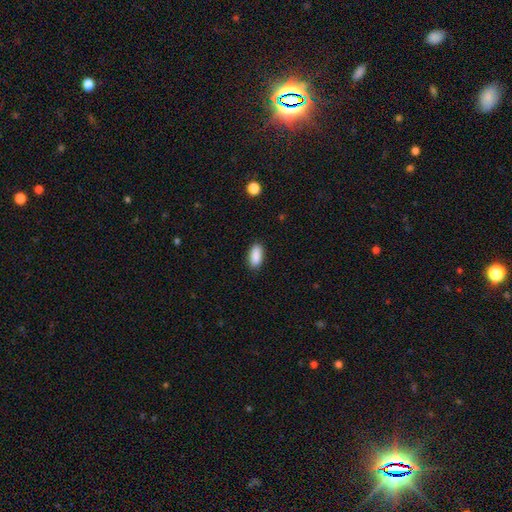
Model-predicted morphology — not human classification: type=smooth (89%); roundness=in between (90%); merging=none (87%).